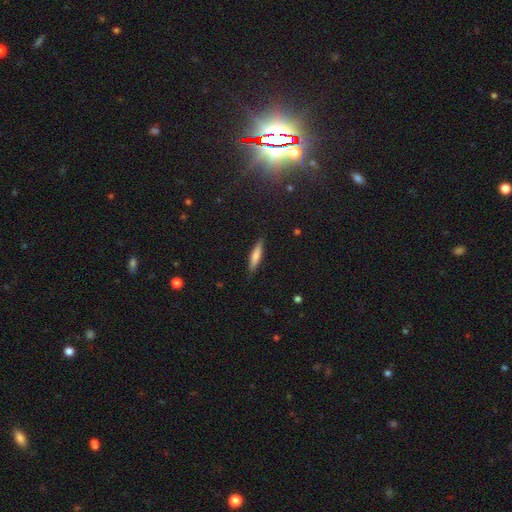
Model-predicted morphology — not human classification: Overall: smooth (69%). How rounded: cigar-shaped (82%). Merging: none (87%).